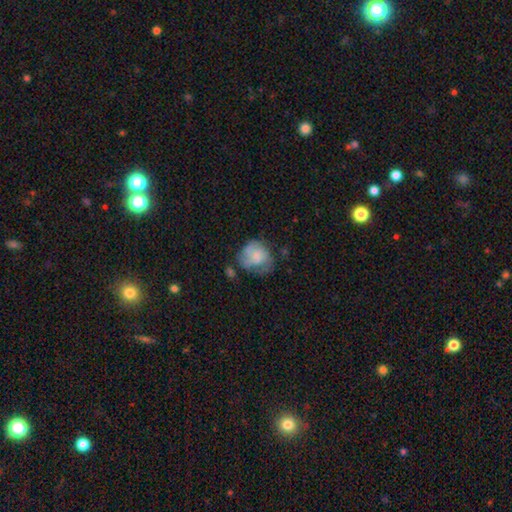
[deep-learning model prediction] Q: Smooth or featured?
A: smooth (52%); runner-up: featured or disk (40%)
Q: How rounded?
A: round (66%); runner-up: in between (33%)
Q: Merging?
A: none (45%); runner-up: minor disturbance (27%)